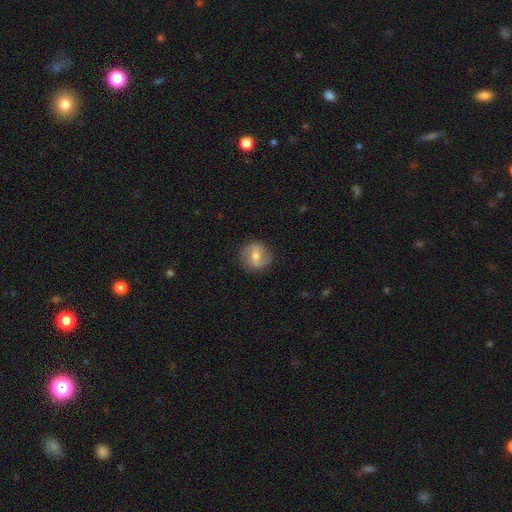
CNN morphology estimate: Smooth or featured: featured or disk — 49% (smooth — 43%)
Merging: none — 82% (minor disturbance — 13%)